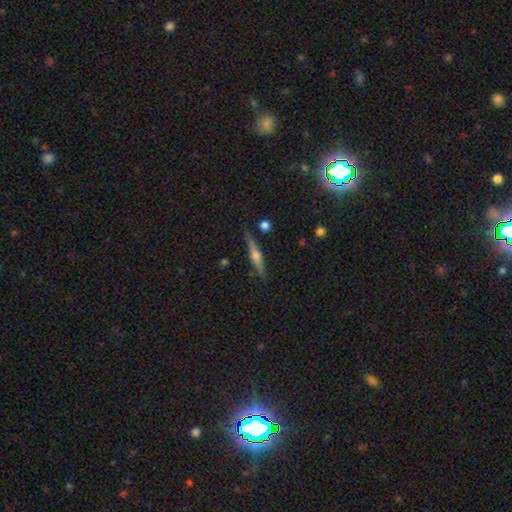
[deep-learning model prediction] featured or disk 71%, smooth 21%, star or artifact 8%. Down the decision tree: edge-on disk — yes (97%); edge-on bulge — rounded (87%); merging — none (87%).